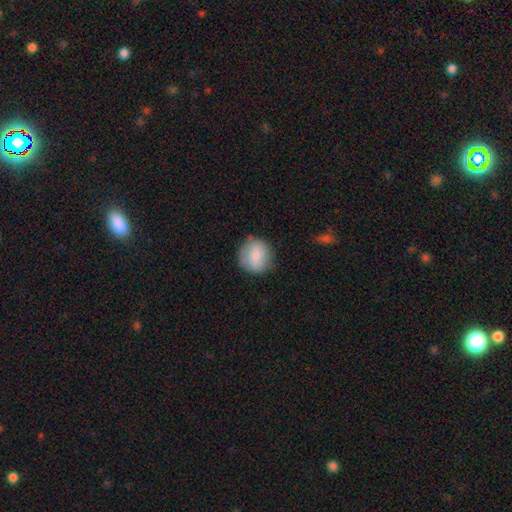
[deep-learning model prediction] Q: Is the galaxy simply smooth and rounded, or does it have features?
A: smooth — 77%.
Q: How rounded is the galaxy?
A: round — 89%.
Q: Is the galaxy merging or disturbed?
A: none — 81%.